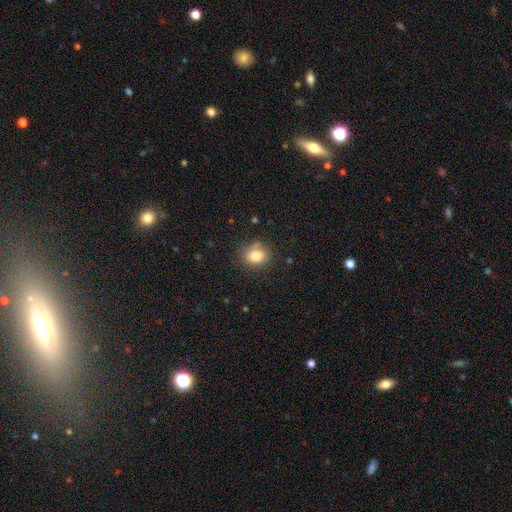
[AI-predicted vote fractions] Overall: smooth (83%). How rounded: round (58%; in between 41%). Merging: none (74%).